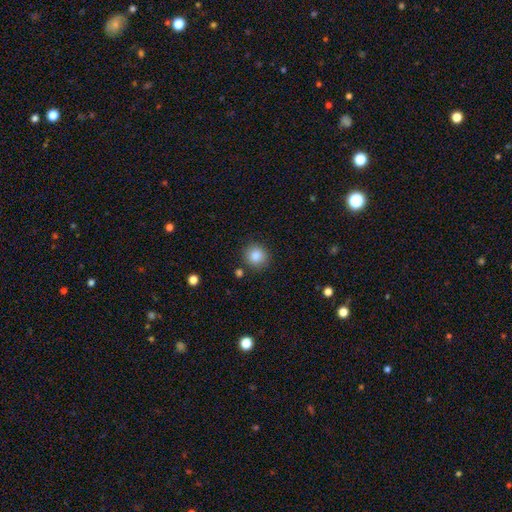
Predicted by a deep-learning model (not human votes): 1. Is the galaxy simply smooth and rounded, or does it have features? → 86% smooth, 9% star or artifact, 4% featured or disk.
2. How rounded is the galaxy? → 91% round, 8% in between, 1% cigar-shaped.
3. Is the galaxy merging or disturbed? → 87% none, 8% minor disturbance, 3% merger, 3% major disturbance.